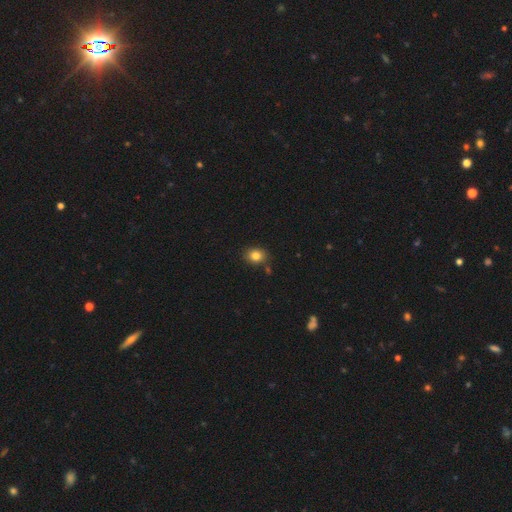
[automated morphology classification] Smooth or featured: smooth — 82% (star or artifact — 11%)
How rounded: round — 52% (in between — 47%)
Merging: none — 82% (minor disturbance — 11%)